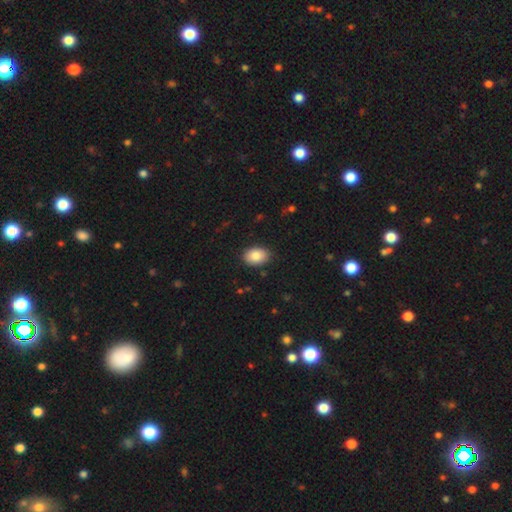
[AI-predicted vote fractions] Q: Smooth or featured?
A: smooth (86%); runner-up: star or artifact (7%)
Q: How rounded?
A: in between (81%); runner-up: round (18%)
Q: Merging?
A: none (88%); runner-up: minor disturbance (9%)